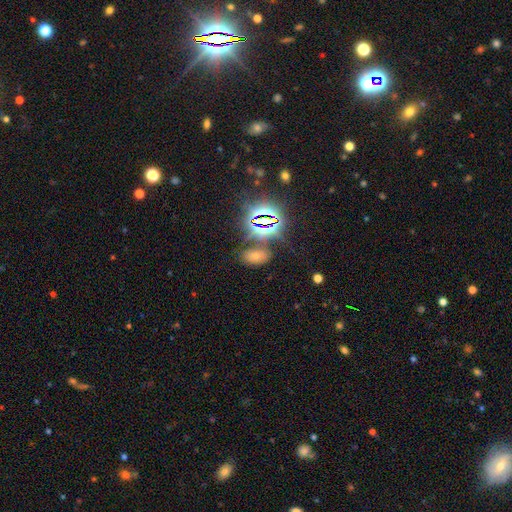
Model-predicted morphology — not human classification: A smooth galaxy with no disk features (49%). Merging: none (75%).